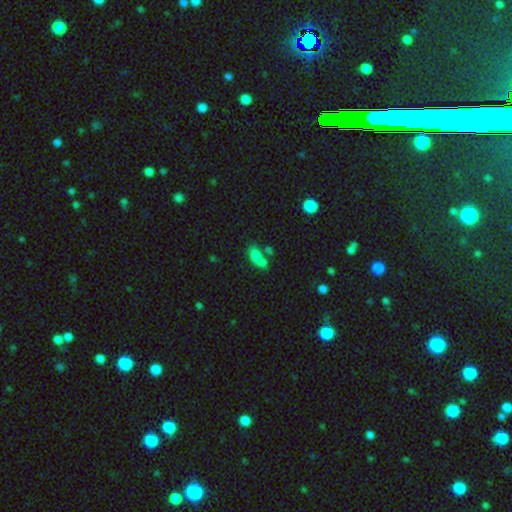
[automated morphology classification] Smooth or featured: smooth — 70% (featured or disk — 15%)
How rounded: in between — 79% (round — 13%)
Merging: merger — 50% (none — 31%)